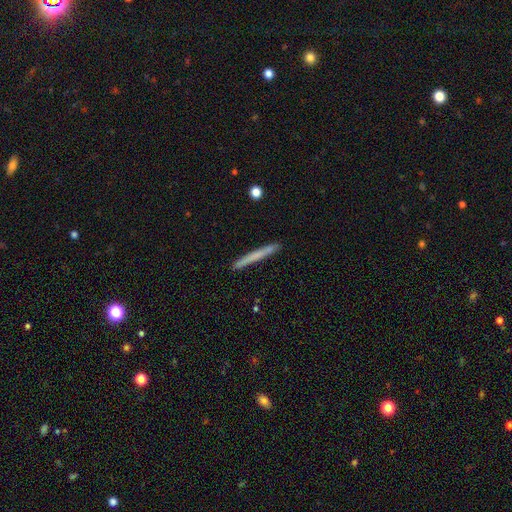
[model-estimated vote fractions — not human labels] Smooth or featured? smooth (62%)
How rounded? cigar-shaped (97%)
Merging? none (90%)